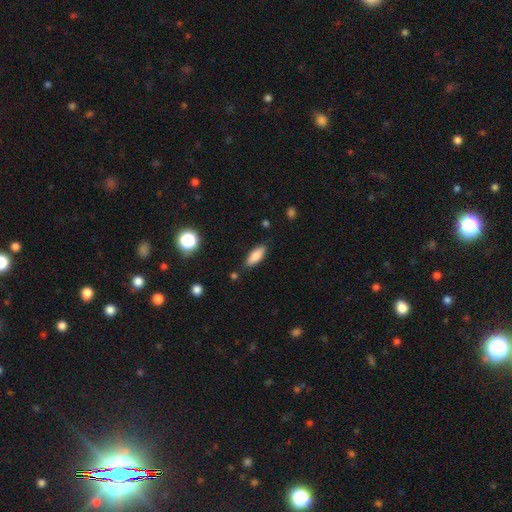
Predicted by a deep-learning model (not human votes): Smooth or featured? smooth (86%)
How rounded? in between (72%)
Merging? none (84%)